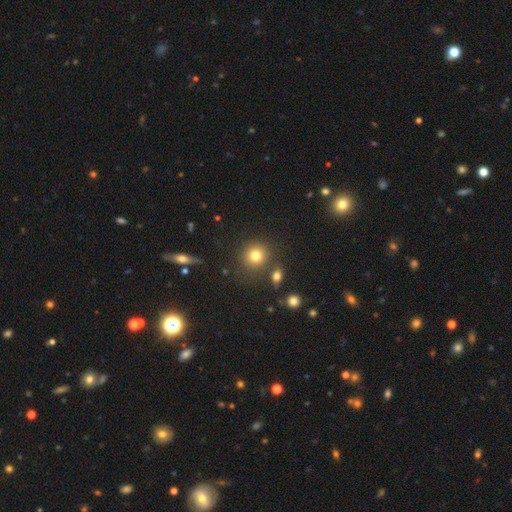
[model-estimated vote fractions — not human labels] smooth_or_featured: smooth (p=0.79) [alt: star or artifact p=0.13]
how_rounded: round (p=0.88) [alt: in between p=0.11]
merging: none (p=0.80) [alt: minor disturbance p=0.09]